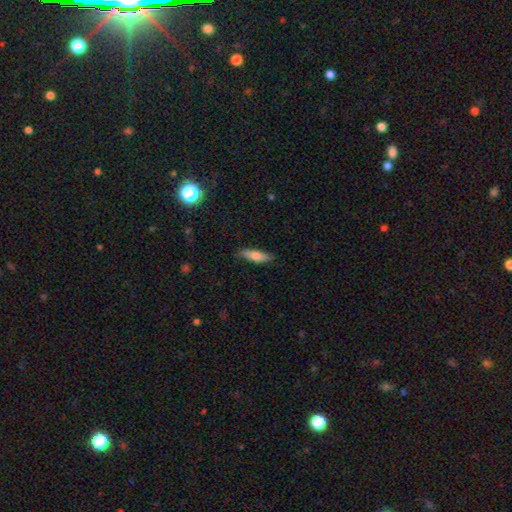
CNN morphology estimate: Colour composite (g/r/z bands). It shows a smooth galaxy with no disk features (65%) that is cigar-shaped (59%). Merging: none (82%).